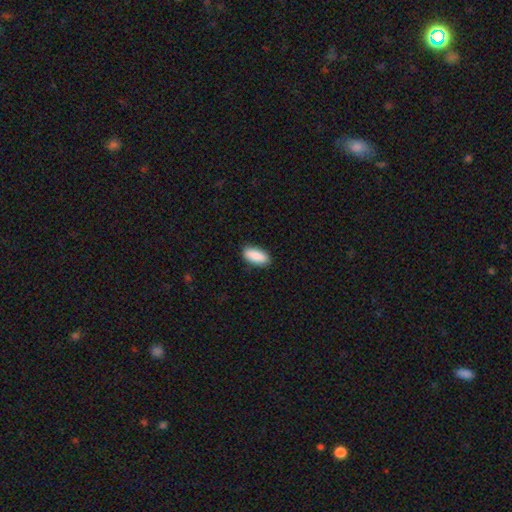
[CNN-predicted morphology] smooth 88%, featured or disk 6%, star or artifact 6%. Down the decision tree: how rounded — in between (88%); merging — none (88%).